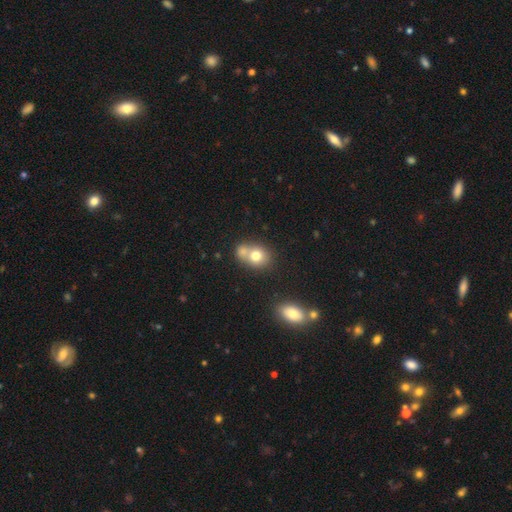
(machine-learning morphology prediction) Smooth or featured: smooth — 74% (featured or disk — 16%)
How rounded: round — 61% (in between — 38%)
Merging: merger — 53% (none — 35%)